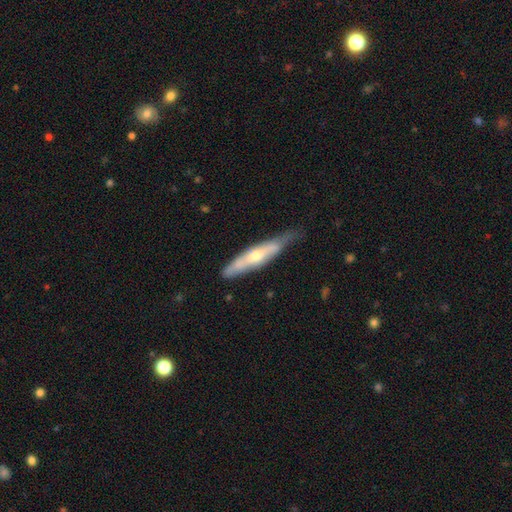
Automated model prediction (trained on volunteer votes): smooth_or_featured: featured or disk (p=0.59) [alt: smooth p=0.34]
disk_edge_on: yes (p=0.77) [alt: no p=0.23]
merging: none (p=0.70) [alt: minor disturbance p=0.24]